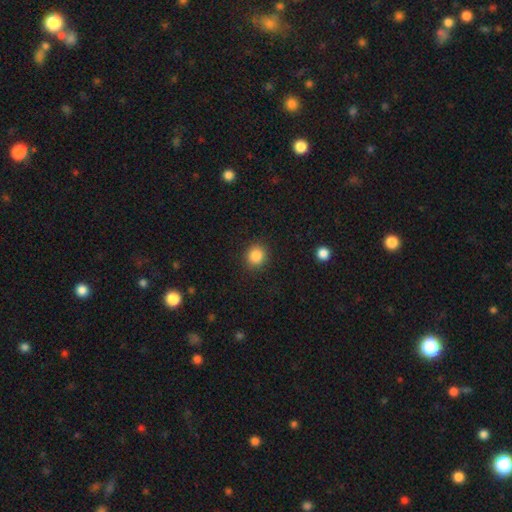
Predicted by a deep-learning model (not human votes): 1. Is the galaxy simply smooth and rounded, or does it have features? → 86% smooth, 10% star or artifact, 4% featured or disk.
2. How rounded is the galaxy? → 88% round, 11% in between, 1% cigar-shaped.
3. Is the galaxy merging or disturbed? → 90% none, 7% minor disturbance, 2% major disturbance, 1% merger.